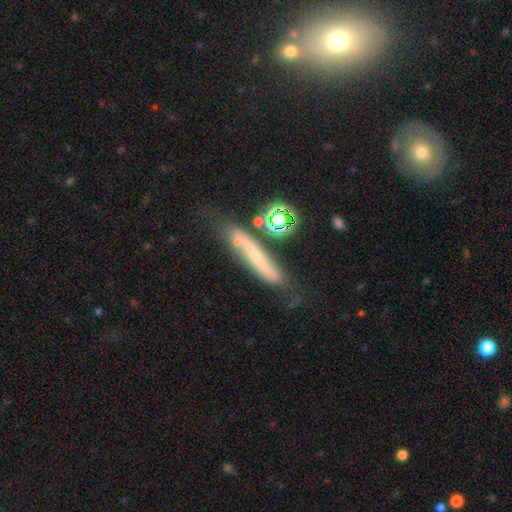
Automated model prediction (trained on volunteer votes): Q: Smooth or featured?
A: featured or disk (51%); runner-up: smooth (36%)
Q: Edge-on disk?
A: yes (66%); runner-up: no (34%)
Q: Merging?
A: none (55%); runner-up: minor disturbance (25%)